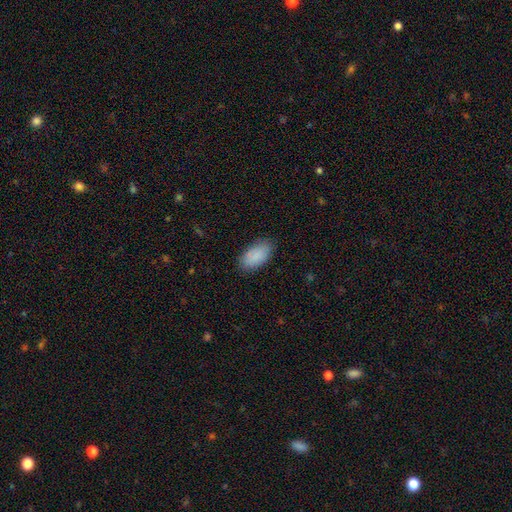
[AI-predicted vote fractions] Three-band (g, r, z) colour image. It shows a smooth galaxy with no disk features (89%) that is in between round and cigar-shaped (94%). Merging: none (84%).